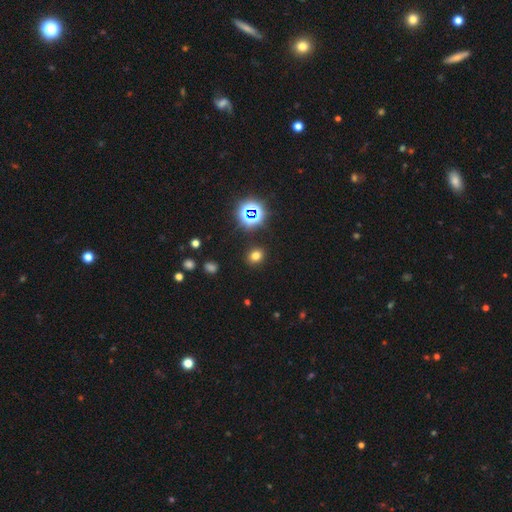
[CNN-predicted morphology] smooth-or-featured: smooth: 71% | star or artifact: 23% | featured or disk: 7%
  how-rounded: round: 63% | in between: 36% | cigar-shaped: 1%
  merging: none: 88% | minor disturbance: 7% | major disturbance: 3% | merger: 2%